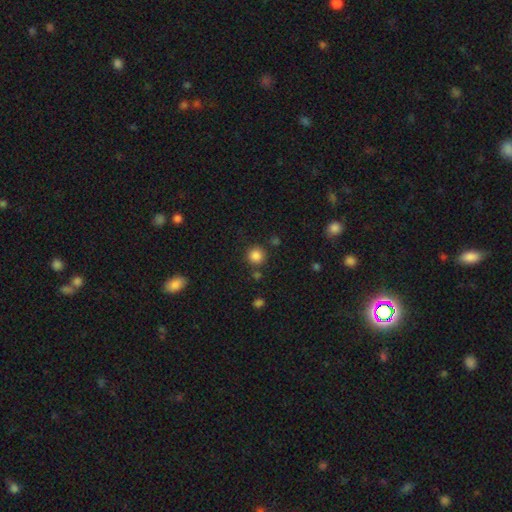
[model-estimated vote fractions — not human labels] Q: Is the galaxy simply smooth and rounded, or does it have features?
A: smooth — 85%.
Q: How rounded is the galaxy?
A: round — 94%.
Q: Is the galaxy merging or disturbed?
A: none — 82%.